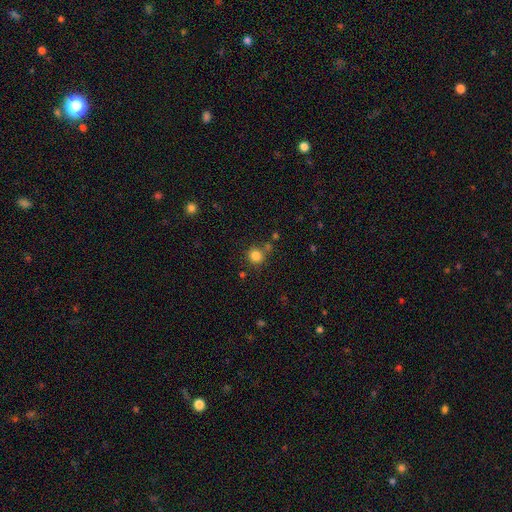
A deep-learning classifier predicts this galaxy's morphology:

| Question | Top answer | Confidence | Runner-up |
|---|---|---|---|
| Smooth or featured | smooth | 83% | star or artifact (12%) |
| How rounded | round | 91% | in between (8%) |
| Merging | none | 74% | merger (11%) |